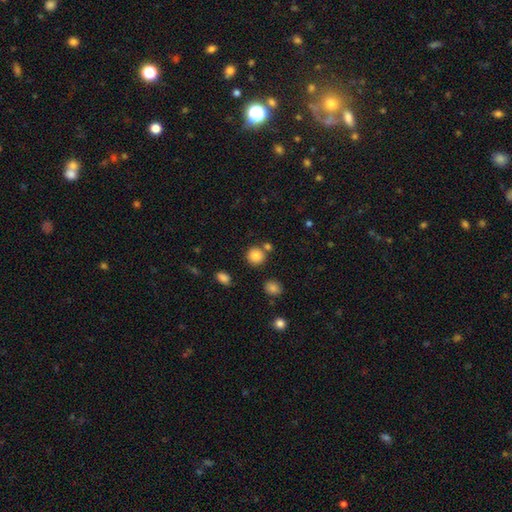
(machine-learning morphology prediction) Smooth or featured? Predicted: smooth (p=0.84). How rounded? Predicted: round (p=0.90). Merging? Predicted: none (p=0.77).